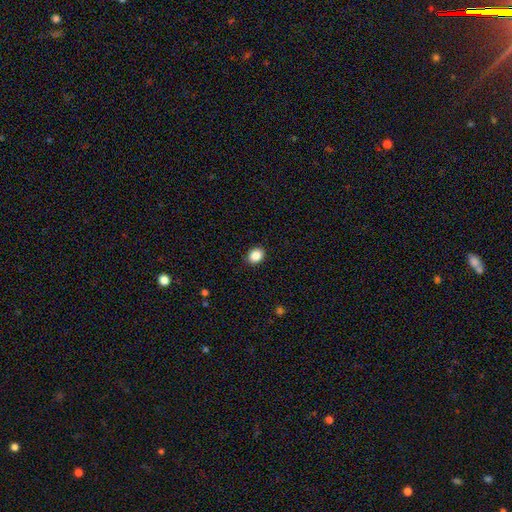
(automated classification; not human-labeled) This appears to be a smooth galaxy with no disk features (87%) that is in between round and cigar-shaped (51%). Merging: none (90%).